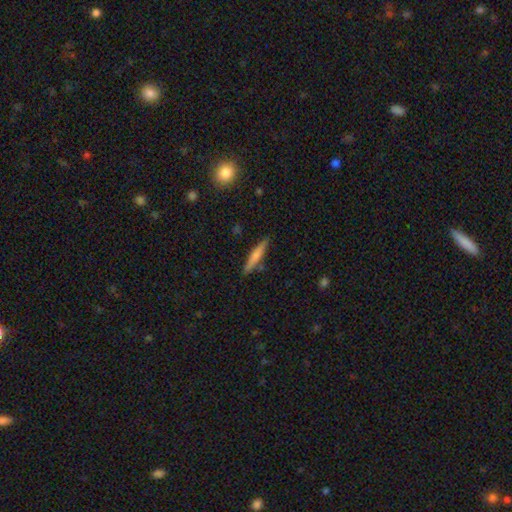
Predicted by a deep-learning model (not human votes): smooth-or-featured: smooth: 64% | featured or disk: 29% | star or artifact: 6%
  how-rounded: cigar-shaped: 92% | in between: 7% | round: 2%
  merging: none: 86% | minor disturbance: 10% | merger: 3% | major disturbance: 2%